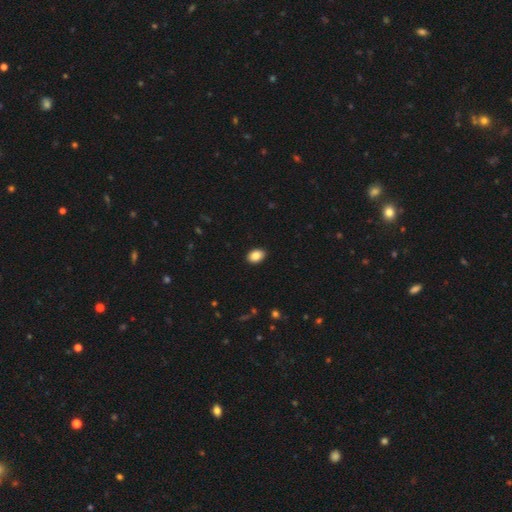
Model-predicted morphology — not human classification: A smooth galaxy with no disk features (88%) that is in between round and cigar-shaped (82%).

Vote fractions:
- Smooth or featured? smooth: 88% / star or artifact: 8% / featured or disk: 4%
- How rounded? in between: 82% / round: 17% / cigar-shaped: 1%
- Merging? none: 90% / minor disturbance: 7% / major disturbance: 2% / merger: 1%